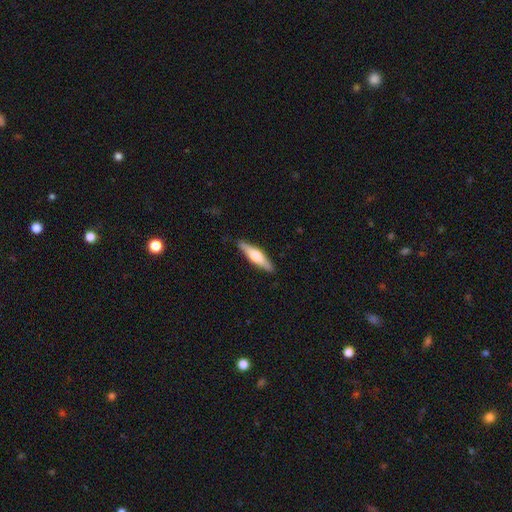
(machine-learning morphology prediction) A featured or disk galaxy (51%) viewed edge-on (94%).

Vote fractions:
- Smooth or featured? featured or disk: 51% / smooth: 44% / star or artifact: 5%
- Edge-on disk? yes: 94% / no: 6%
- Merging? none: 89% / minor disturbance: 9% / major disturbance: 2% / merger: 1%